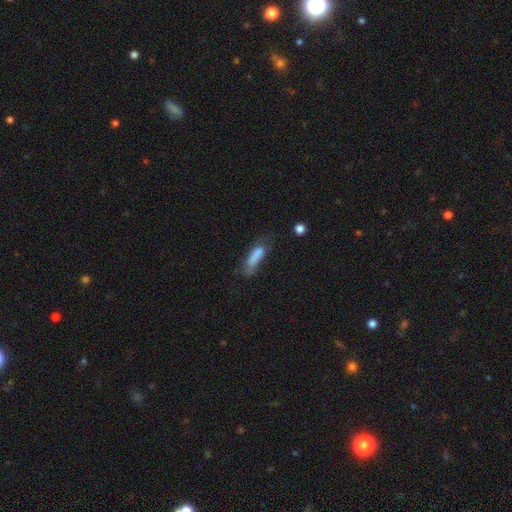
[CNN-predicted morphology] This is likely a smooth galaxy (75%). How rounded: possibly cigar-shaped (55%). Merging: marginally none (36%).